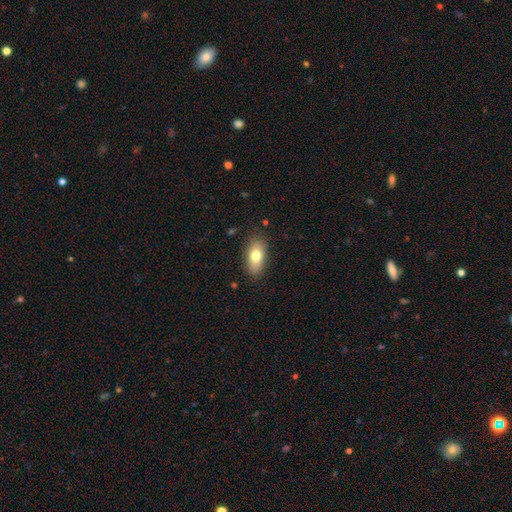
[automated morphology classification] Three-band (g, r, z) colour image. It shows a smooth galaxy with no disk features (75%) that is in between round and cigar-shaped (87%). Merging: none (85%).